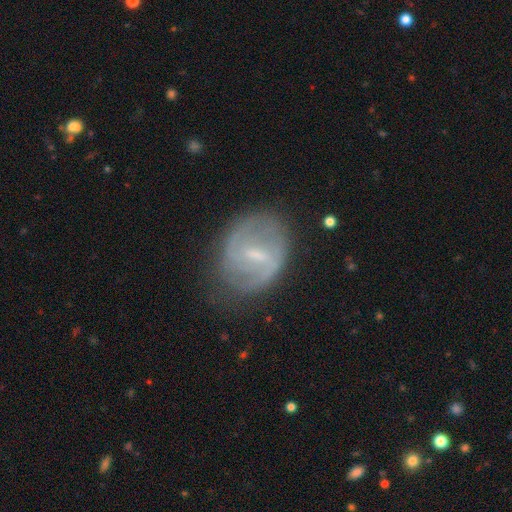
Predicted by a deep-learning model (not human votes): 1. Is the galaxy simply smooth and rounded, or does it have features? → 77% featured or disk, 16% smooth, 6% star or artifact.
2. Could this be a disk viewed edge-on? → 97% no, 3% yes.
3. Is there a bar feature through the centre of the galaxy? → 56% weak, 33% strong, 11% no.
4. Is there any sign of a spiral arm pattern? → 85% yes, 15% no.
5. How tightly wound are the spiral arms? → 43% medium, 36% tight, 21% loose.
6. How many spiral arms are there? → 65% 2, 21% can't tell, 5% 3, 5% 1, 2% 4, 2% more than 4.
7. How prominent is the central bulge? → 54% small, 25% moderate, 18% none, 2% large, 1% dominant.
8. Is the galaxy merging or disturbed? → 67% none, 21% minor disturbance, 10% major disturbance, 2% merger.